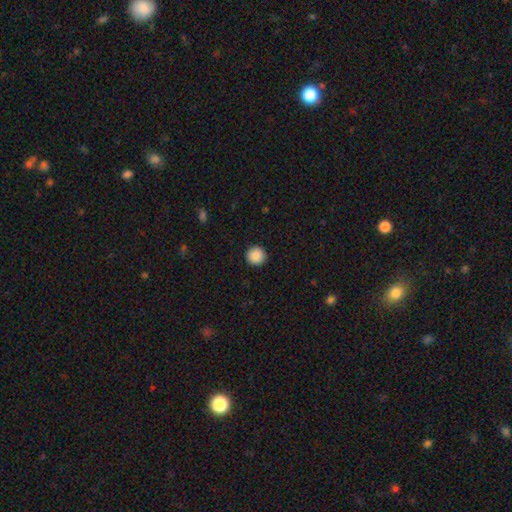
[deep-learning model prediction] Overall: smooth (89%). How rounded: round (94%). Merging: none (92%).